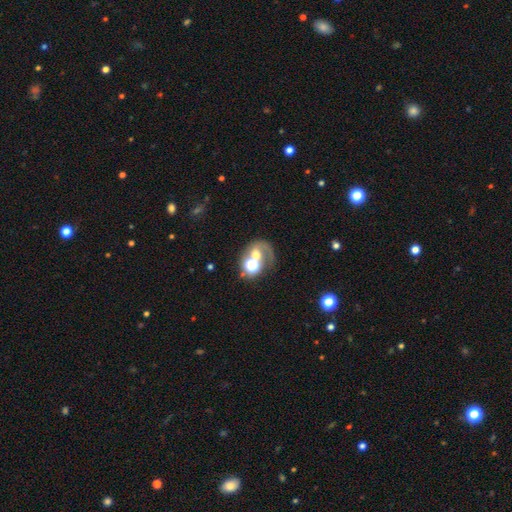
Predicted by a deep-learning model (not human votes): Overall: featured or disk (49%; smooth 34%). Merging: merger (46%; none 26%).